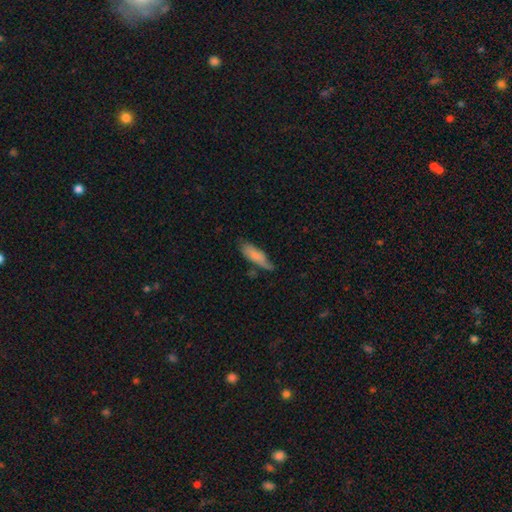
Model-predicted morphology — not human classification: Overall: smooth (77%). How rounded: in between (52%; cigar-shaped 46%). Merging: none (49%; minor disturbance 35%).